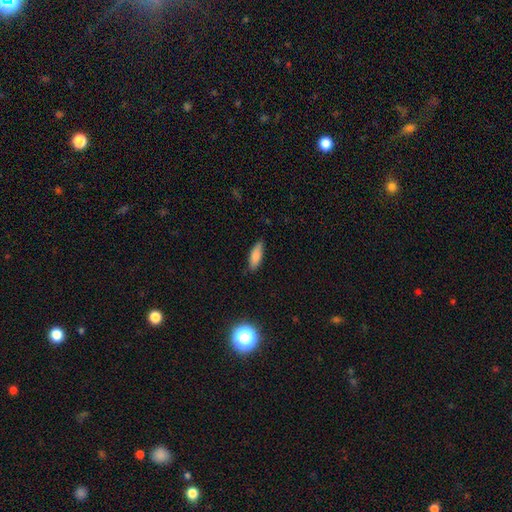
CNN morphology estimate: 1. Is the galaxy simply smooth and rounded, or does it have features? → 82% smooth, 10% featured or disk, 7% star or artifact.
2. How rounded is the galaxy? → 62% in between, 36% cigar-shaped, 2% round.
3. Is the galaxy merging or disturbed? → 85% none, 12% minor disturbance, 2% major disturbance, 1% merger.